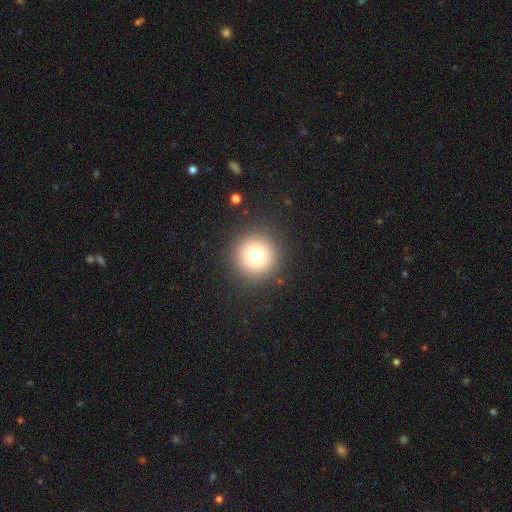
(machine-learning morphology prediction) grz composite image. It shows a smooth galaxy with no disk features (75%) that is round (96%). Merging: none (91%).